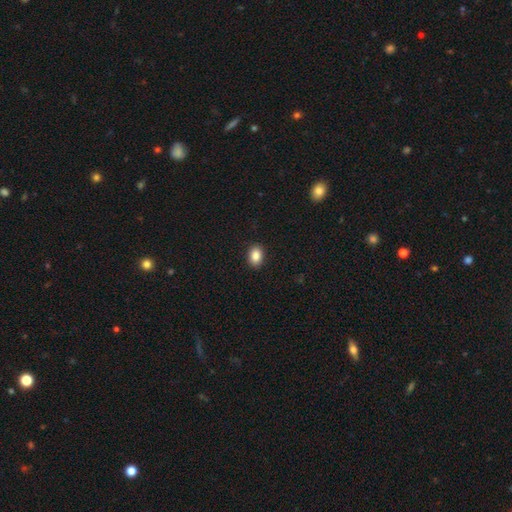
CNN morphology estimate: smooth-or-featured: smooth: 88% | star or artifact: 8% | featured or disk: 4%
  how-rounded: in between: 79% | round: 20% | cigar-shaped: 1%
  merging: none: 90% | minor disturbance: 7% | major disturbance: 2% | merger: 1%